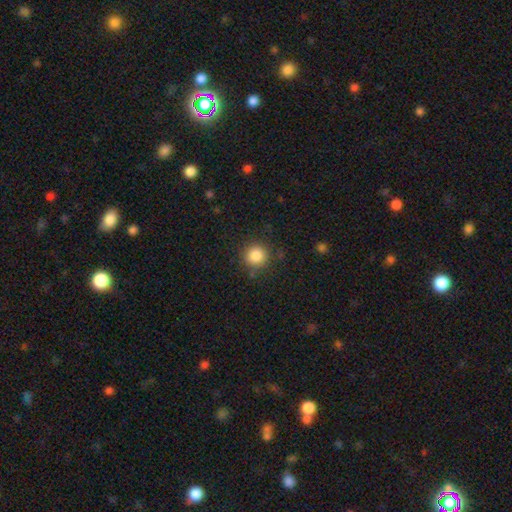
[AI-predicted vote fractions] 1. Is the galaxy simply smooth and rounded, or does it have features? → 85% smooth, 11% star or artifact, 4% featured or disk.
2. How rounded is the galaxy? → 93% round, 6% in between, 1% cigar-shaped.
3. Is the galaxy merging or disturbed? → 86% none, 9% minor disturbance, 3% major disturbance, 2% merger.